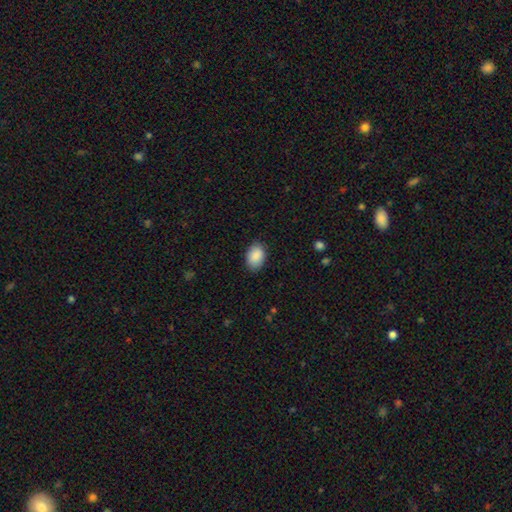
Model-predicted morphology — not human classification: type=smooth (90%); roundness=in between (83%); merging=none (84%).